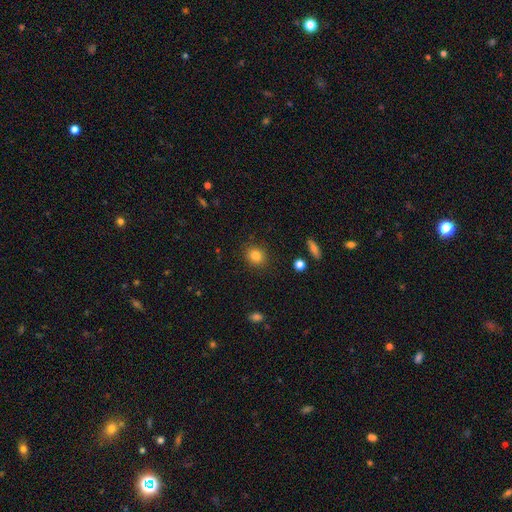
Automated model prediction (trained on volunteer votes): Smooth or featured: smooth — 83% (star or artifact — 11%)
How rounded: round — 78% (in between — 21%)
Merging: none — 88% (minor disturbance — 8%)